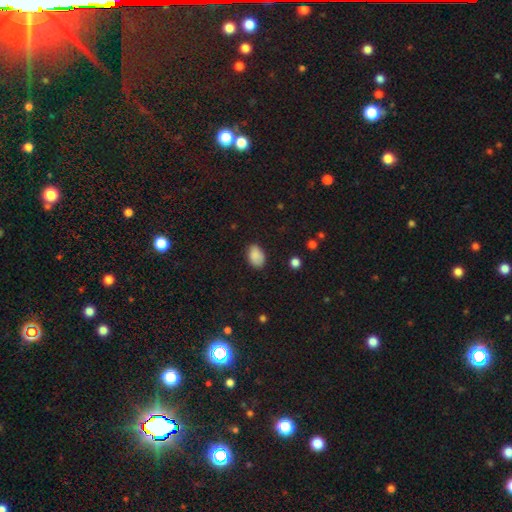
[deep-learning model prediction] Smooth or featured? smooth (87%)
How rounded? in between (86%)
Merging? none (81%)